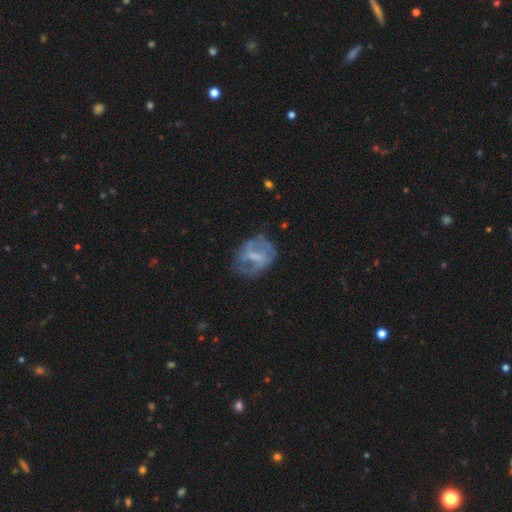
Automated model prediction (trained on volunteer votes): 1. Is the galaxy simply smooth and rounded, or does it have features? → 64% featured or disk, 27% smooth, 9% star or artifact.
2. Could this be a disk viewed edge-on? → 97% no, 3% yes.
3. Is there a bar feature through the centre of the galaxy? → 45% weak, 31% no, 23% strong.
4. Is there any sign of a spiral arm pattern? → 54% yes, 46% no.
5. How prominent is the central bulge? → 40% none, 27% small, 26% moderate, 5% large, 1% dominant.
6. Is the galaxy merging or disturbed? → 54% none, 24% minor disturbance, 20% major disturbance, 3% merger.